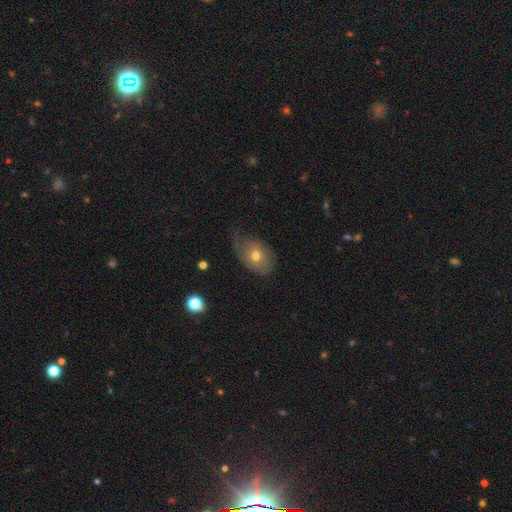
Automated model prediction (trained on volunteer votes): Smooth or featured? Predicted: smooth (p=0.57). How rounded? Predicted: in between (p=0.76). Merging? Predicted: none (p=0.42).